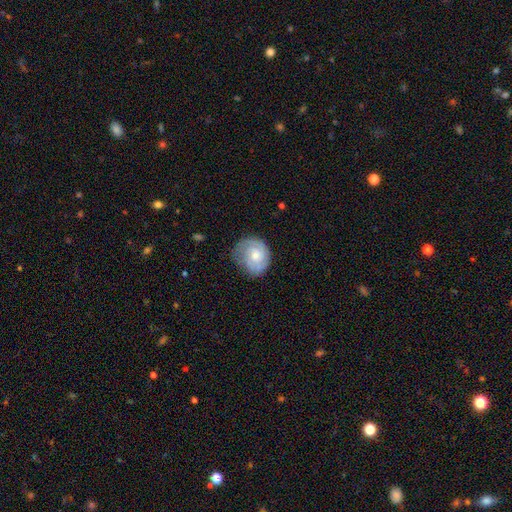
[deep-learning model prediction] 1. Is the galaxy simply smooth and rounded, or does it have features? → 65% featured or disk, 29% smooth, 6% star or artifact.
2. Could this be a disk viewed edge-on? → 98% no, 2% yes.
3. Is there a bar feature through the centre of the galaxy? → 72% no, 25% weak, 3% strong.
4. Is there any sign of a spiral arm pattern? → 91% yes, 9% no.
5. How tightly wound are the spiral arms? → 57% tight, 33% medium, 10% loose.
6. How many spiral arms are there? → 44% 2, 23% can't tell, 16% 3, 11% 1, 3% 4, 3% more than 4.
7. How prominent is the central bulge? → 55% moderate, 34% small, 6% large, 4% none, 1% dominant.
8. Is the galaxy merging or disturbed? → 70% none, 22% minor disturbance, 7% major disturbance, 1% merger.